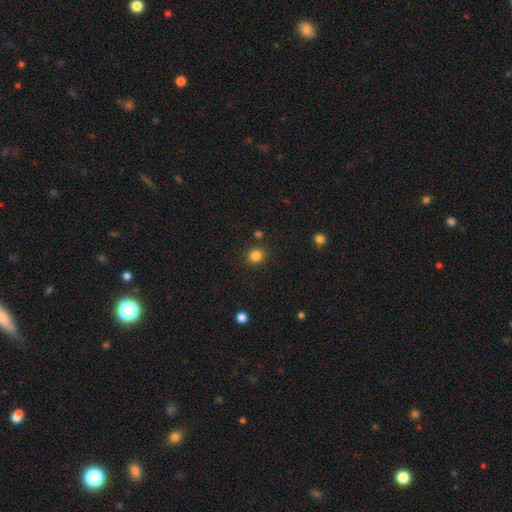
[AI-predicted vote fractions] This appears to be a smooth galaxy with no disk features (84%) that is round (88%). Merging: none (87%).